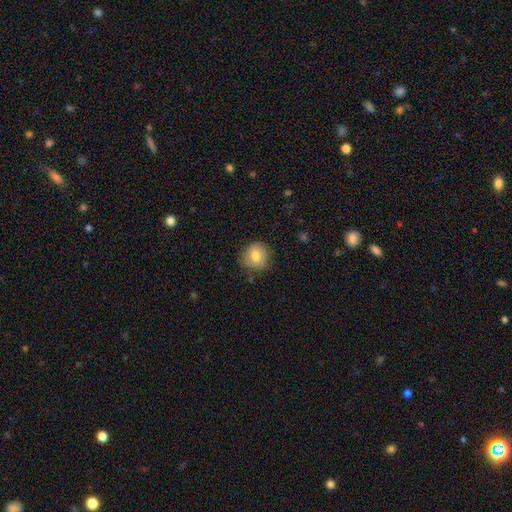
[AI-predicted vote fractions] Smooth or featured: smooth — 77% (featured or disk — 15%)
How rounded: round — 86% (in between — 13%)
Merging: none — 82% (minor disturbance — 14%)